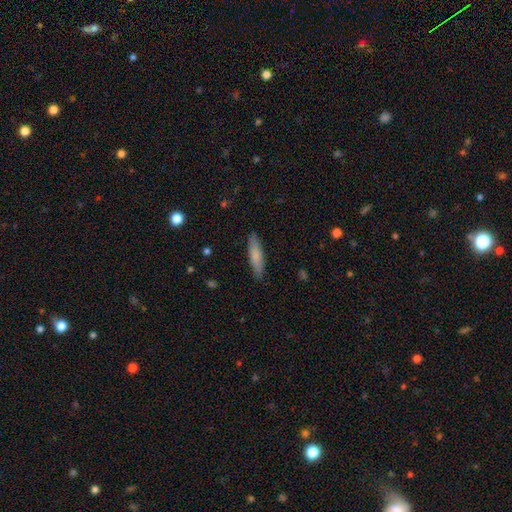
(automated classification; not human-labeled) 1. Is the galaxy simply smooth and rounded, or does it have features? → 75% smooth, 19% featured or disk, 6% star or artifact.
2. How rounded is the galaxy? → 79% cigar-shaped, 20% in between, 1% round.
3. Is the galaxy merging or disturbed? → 88% none, 9% minor disturbance, 2% major disturbance, 1% merger.